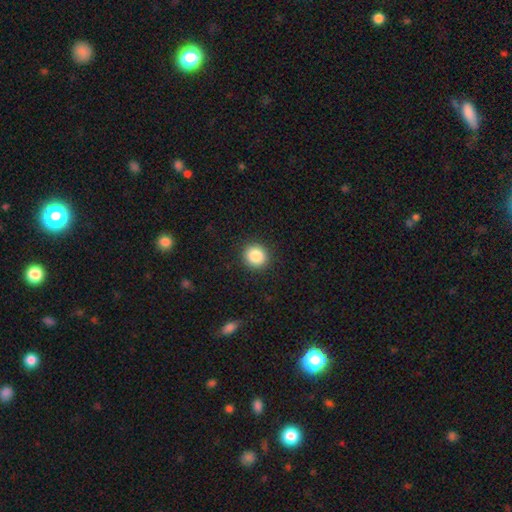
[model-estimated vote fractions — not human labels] Morphology: type=smooth (87%); roundness=round (90%); merging=none (92%).